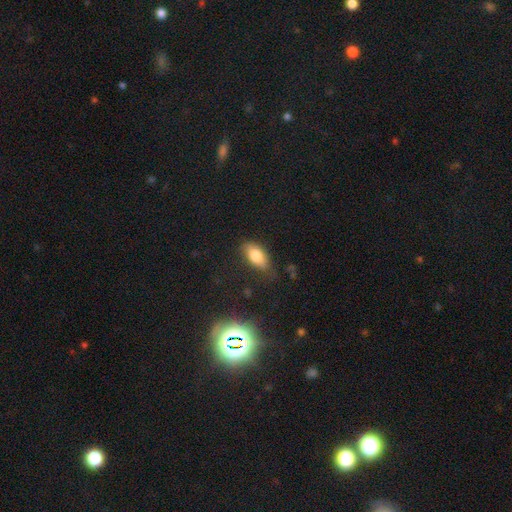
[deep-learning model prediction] Smooth or featured: smooth — 79% (featured or disk — 12%)
How rounded: in between — 88% (cigar-shaped — 7%)
Merging: none — 73% (minor disturbance — 20%)